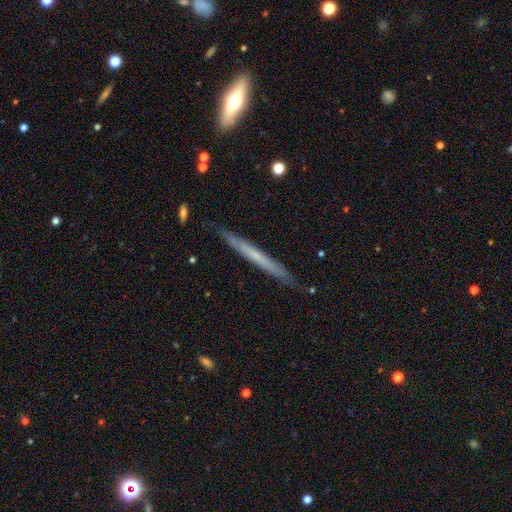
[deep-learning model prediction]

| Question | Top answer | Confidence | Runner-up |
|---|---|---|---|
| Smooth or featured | featured or disk | 50% | smooth (44%) |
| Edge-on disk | yes | 94% | no (6%) |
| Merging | none | 86% | minor disturbance (11%) |